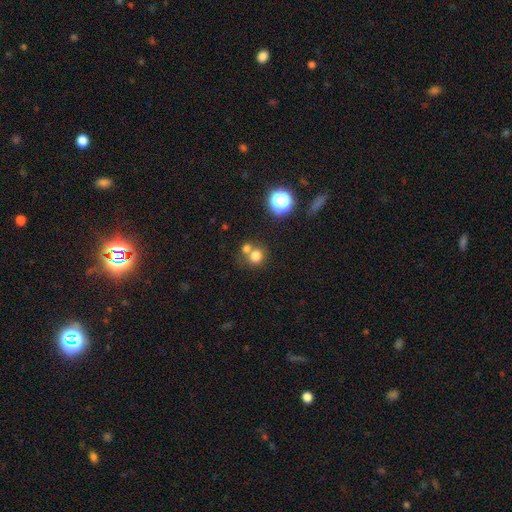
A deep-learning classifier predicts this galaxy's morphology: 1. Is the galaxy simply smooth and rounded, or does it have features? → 76% smooth, 15% star or artifact, 9% featured or disk.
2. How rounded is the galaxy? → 82% round, 17% in between, 1% cigar-shaped.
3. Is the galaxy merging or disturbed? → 51% none, 38% merger, 8% minor disturbance, 4% major disturbance.